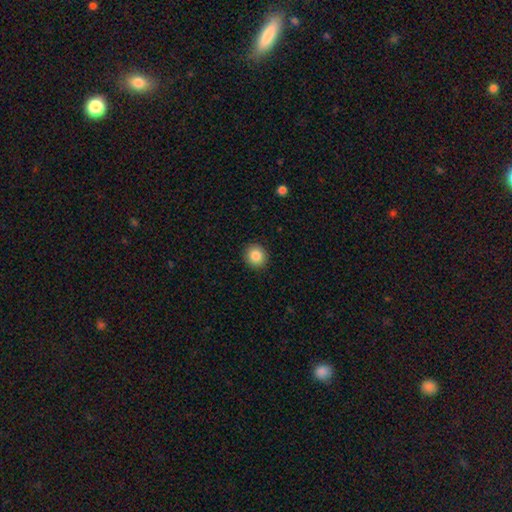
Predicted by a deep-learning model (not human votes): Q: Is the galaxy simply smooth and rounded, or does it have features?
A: smooth — 86%.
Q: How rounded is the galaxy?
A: round — 87%.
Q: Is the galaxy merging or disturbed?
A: none — 92%.